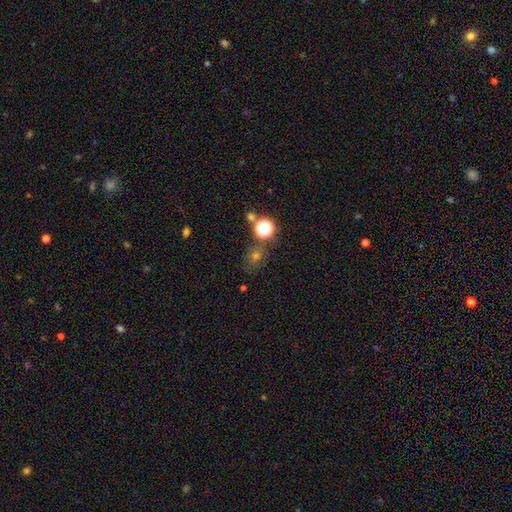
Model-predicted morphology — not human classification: type=smooth (57%); roundness=round (74%); merging=none (67%).